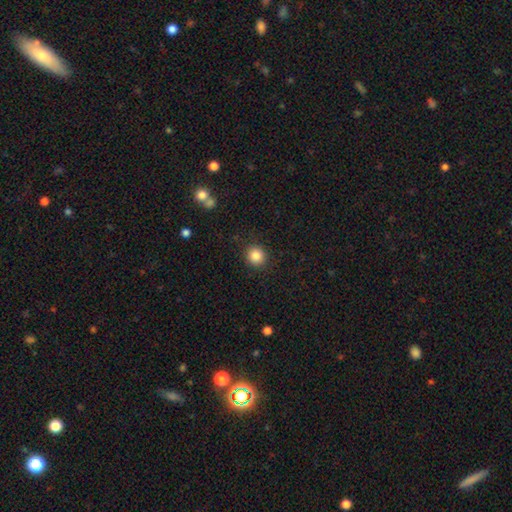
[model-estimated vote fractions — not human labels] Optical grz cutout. It shows a smooth galaxy with no disk features (85%) that is round (89%). Merging: none (90%).